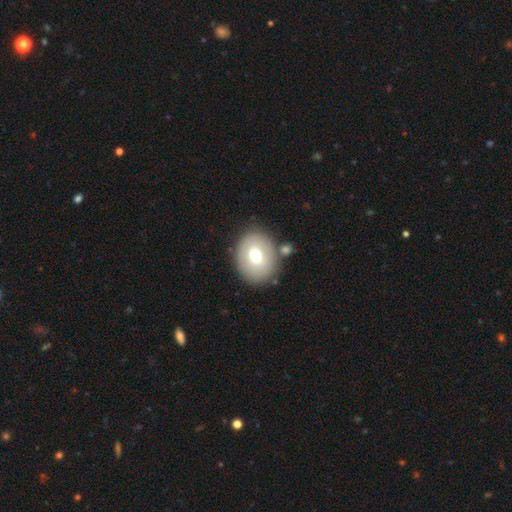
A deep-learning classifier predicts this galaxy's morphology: The model was most divided on "how rounded": round: 58%, in between: 42%, cigar-shaped: 1%. More confident: merging — none (78%); smooth or featured — smooth (69%).